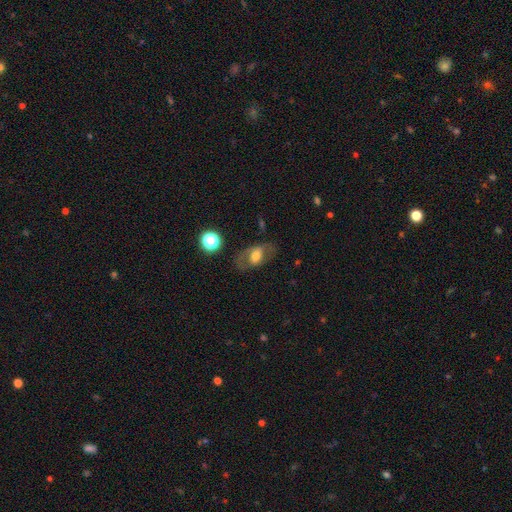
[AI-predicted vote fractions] Morphology: type=featured or disk (45%, tied with smooth); merging=none (65%).